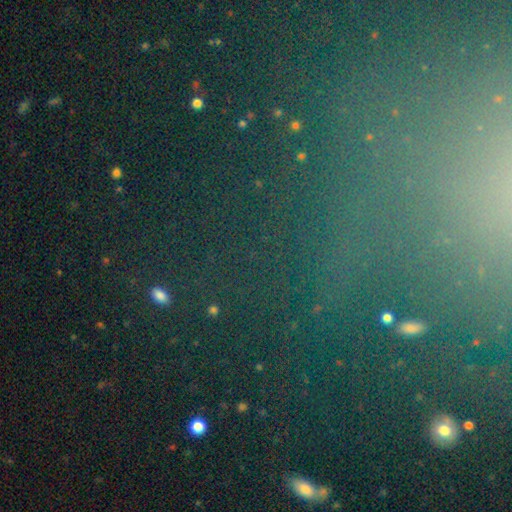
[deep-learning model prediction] Smooth or featured: star or artifact — 73% (smooth — 16%)